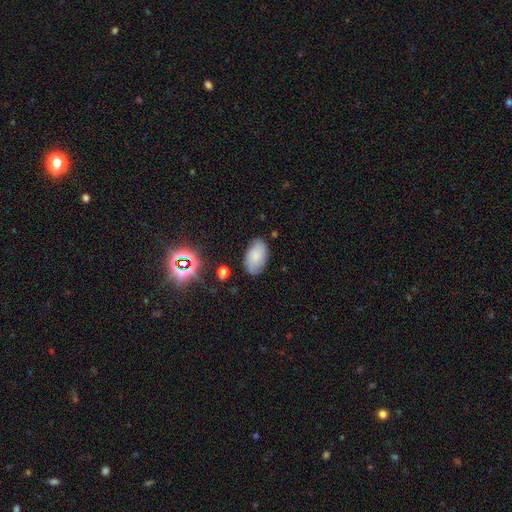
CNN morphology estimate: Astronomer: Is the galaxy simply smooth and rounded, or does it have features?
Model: smooth — 71%.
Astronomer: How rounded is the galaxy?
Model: in between — 93%.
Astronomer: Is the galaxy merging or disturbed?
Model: none — 79%.